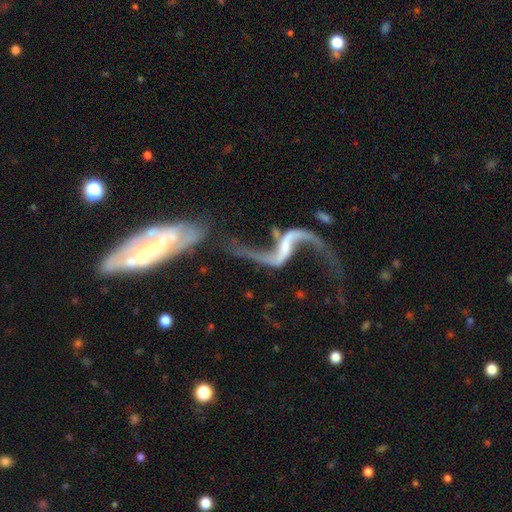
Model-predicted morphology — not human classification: A featured or disk galaxy (87%) with a weak bar (38%), 2 (89%) loose (87%) spiral arms (92%) and a small central bulge (55%).

Vote fractions:
- Smooth or featured? featured or disk: 87% / star or artifact: 7% / smooth: 6%
- Edge-on disk? no: 90% / yes: 10%
- Bar? weak: 38% / strong: 32% / no: 30%
- Spiral arms? yes: 92% / no: 8%
- Spiral winding? loose: 87% / medium: 9% / tight: 4%
- Spiral arm count? 2: 89% / 1: 4% / can't tell: 4% / 3: 1% / 4: 1% / more than 4: 1%
- Bulge size? small: 55% / none: 24% / moderate: 17% / large: 2% / dominant: 2%
- Merging? none: 34% / merger: 28% / major disturbance: 22% / minor disturbance: 16%